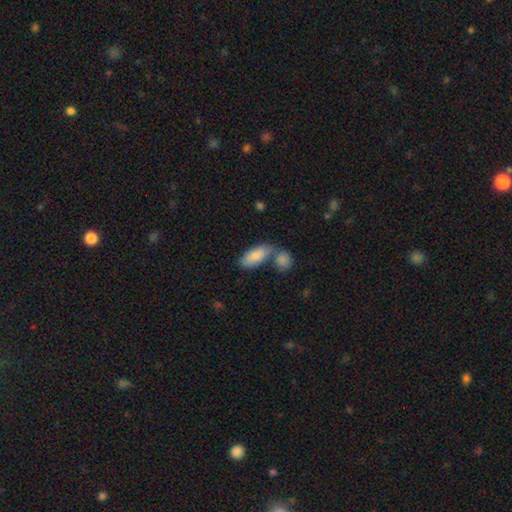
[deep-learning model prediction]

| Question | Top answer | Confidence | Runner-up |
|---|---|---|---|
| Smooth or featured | smooth | 85% | featured or disk (9%) |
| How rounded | in between | 86% | cigar-shaped (11%) |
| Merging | none | 45% | merger (37%) |